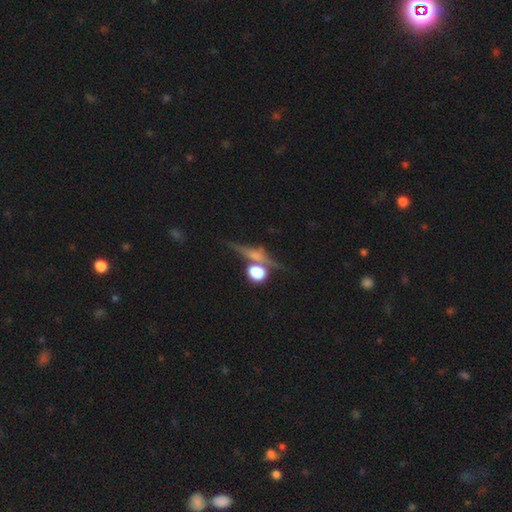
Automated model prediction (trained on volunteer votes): smooth_or_featured: featured or disk (p=0.43) [alt: smooth p=0.37]
merging: none (p=0.63) [alt: merger p=0.16]